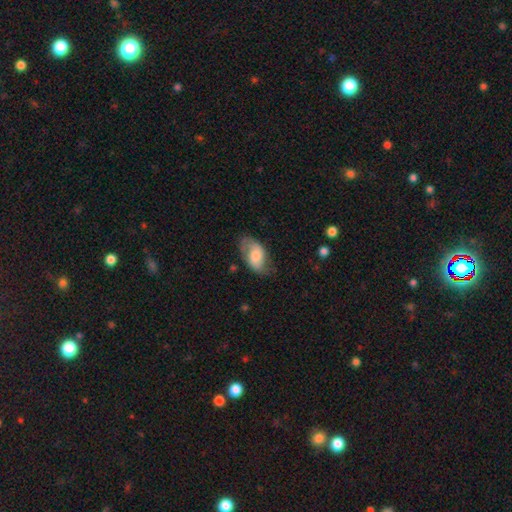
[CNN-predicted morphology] Smooth or featured? Predicted: smooth (p=0.53). How rounded? Predicted: in between (p=0.92). Merging? Predicted: none (p=0.59).